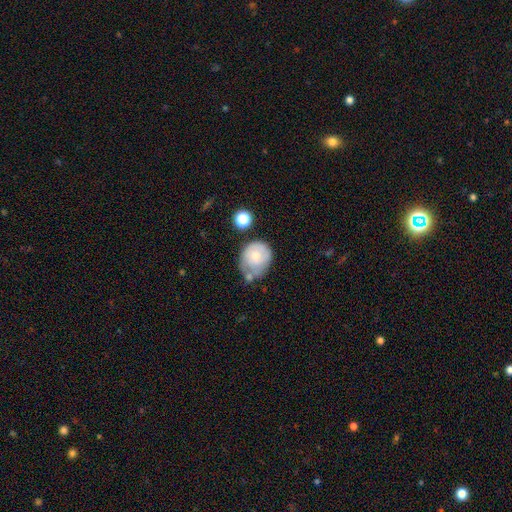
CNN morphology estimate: A smooth galaxy with no disk features (62%) that is round (64%).

Vote fractions:
- Smooth or featured? smooth: 62% / featured or disk: 31% / star or artifact: 7%
- How rounded? round: 64% / in between: 35% / cigar-shaped: 1%
- Merging? none: 38% / minor disturbance: 32% / merger: 16% / major disturbance: 13%